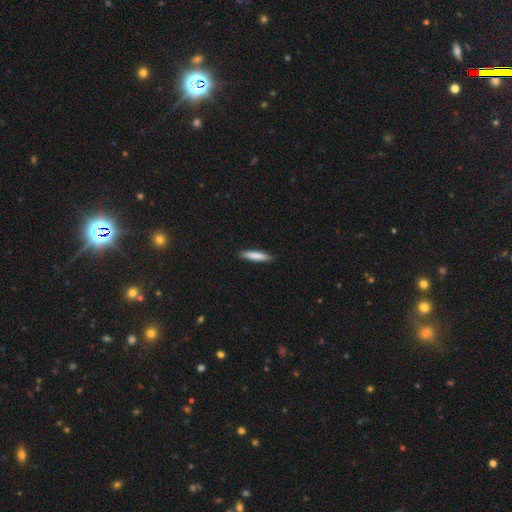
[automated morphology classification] smooth_or_featured: smooth (p=0.83) [alt: featured or disk p=0.11]
how_rounded: cigar-shaped (p=0.86) [alt: in between p=0.13]
merging: none (p=0.90) [alt: minor disturbance p=0.08]